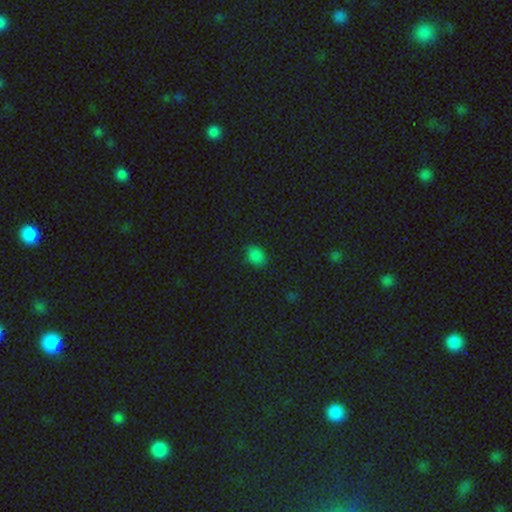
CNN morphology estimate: This appears to be a smooth galaxy with no disk features (80%) that is in between round and cigar-shaped (69%). Merging: none (85%).